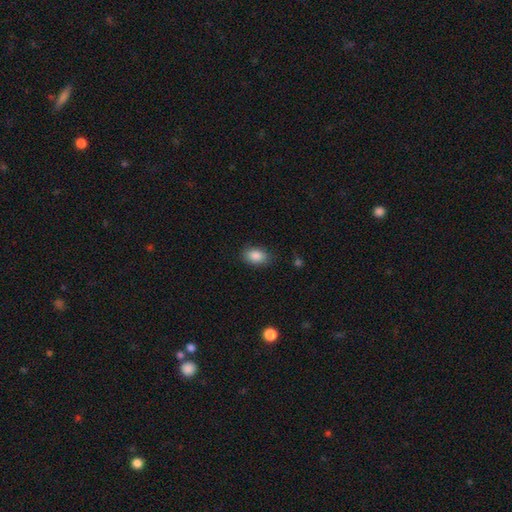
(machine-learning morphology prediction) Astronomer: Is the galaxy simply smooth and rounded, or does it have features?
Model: smooth — 87%.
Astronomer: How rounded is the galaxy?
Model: in between — 84%.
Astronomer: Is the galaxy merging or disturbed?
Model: none — 82%.